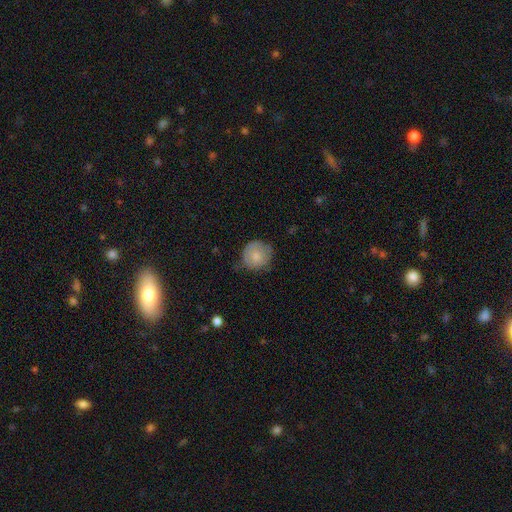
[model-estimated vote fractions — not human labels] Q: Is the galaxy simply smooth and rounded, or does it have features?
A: smooth — 76%.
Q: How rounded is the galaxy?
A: round — 89%.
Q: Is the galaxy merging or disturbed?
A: none — 64%.